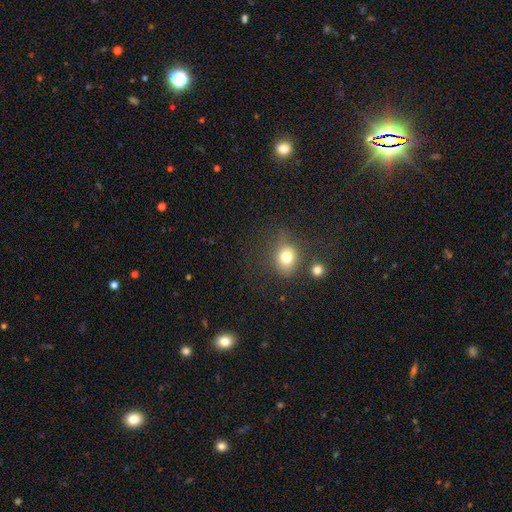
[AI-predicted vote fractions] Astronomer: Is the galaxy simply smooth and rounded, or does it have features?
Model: smooth — 47% (runner-up: star or artifact, 45%).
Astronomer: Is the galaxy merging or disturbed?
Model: none — 80%.